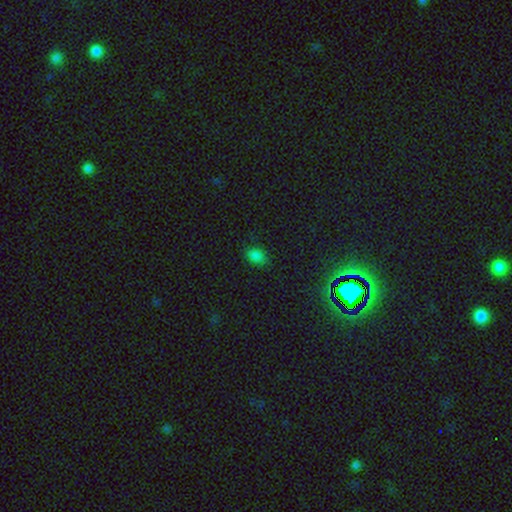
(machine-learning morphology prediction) Smooth or featured?
  - smooth: 79% *
  - star or artifact: 17%
  - featured or disk: 4%
How rounded?
  - in between: 77% *
  - round: 22%
  - cigar-shaped: 1%
Merging?
  - none: 82% *
  - minor disturbance: 14%
  - major disturbance: 3%
  - merger: 1%